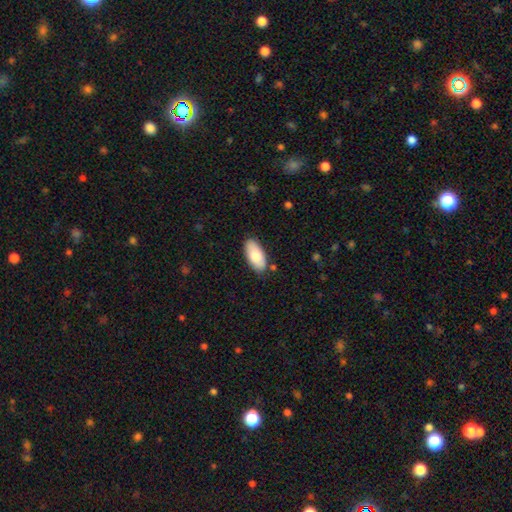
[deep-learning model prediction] A smooth galaxy with no disk features (82%) that is in between round and cigar-shaped (92%).

Vote fractions:
- Smooth or featured? smooth: 82% / featured or disk: 13% / star or artifact: 6%
- How rounded? in between: 92% / cigar-shaped: 6% / round: 2%
- Merging? none: 84% / minor disturbance: 11% / major disturbance: 2% / merger: 2%